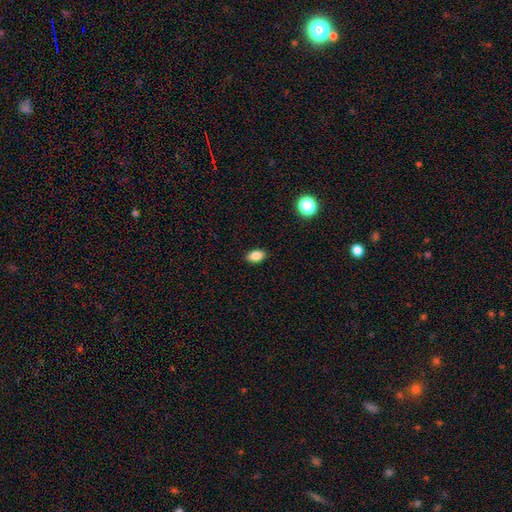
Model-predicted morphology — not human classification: smooth_or_featured: smooth (p=0.85) [alt: star or artifact p=0.09]
how_rounded: in between (p=0.86) [alt: round p=0.12]
merging: none (p=0.89) [alt: minor disturbance p=0.08]